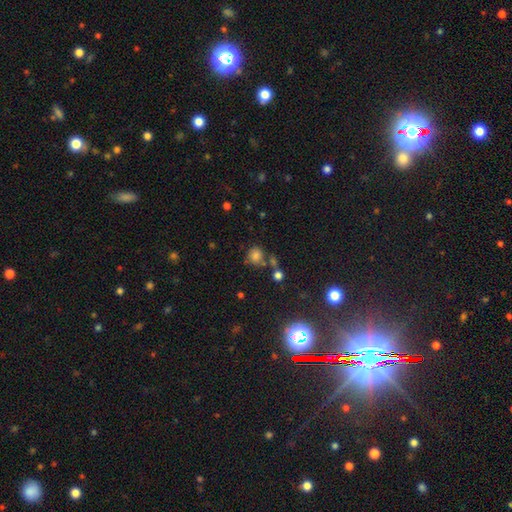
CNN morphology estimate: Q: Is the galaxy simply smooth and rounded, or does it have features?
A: smooth — 76%.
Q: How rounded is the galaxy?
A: round — 86%.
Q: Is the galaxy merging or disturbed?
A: none — 65%.